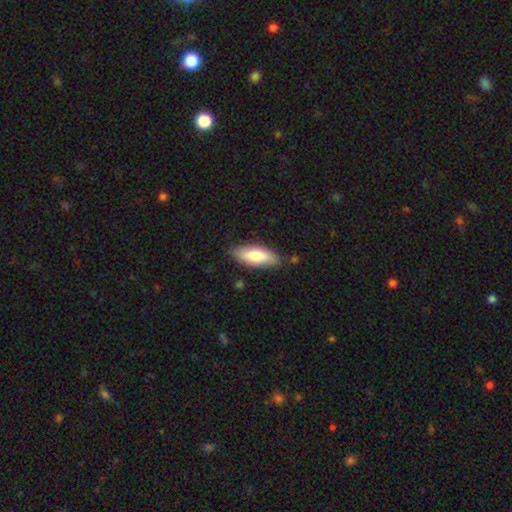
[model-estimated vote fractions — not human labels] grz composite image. It shows a smooth galaxy with no disk features (77%) that is in between round and cigar-shaped (72%). Merging: none (81%).